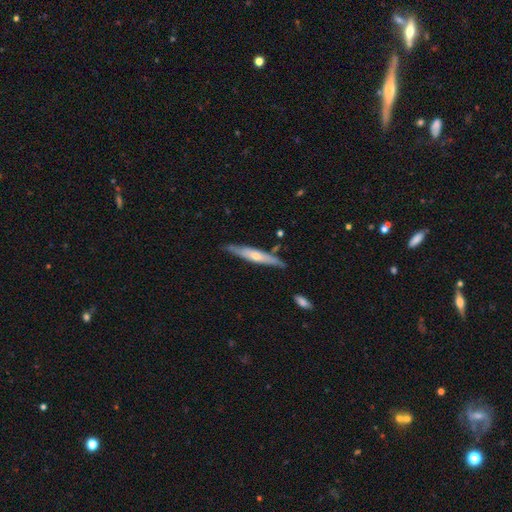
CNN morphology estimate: Q: Smooth or featured?
A: featured or disk (57%); runner-up: smooth (38%)
Q: Edge-on disk?
A: yes (89%); runner-up: no (11%)
Q: Edge-on bulge?
A: rounded (73%); runner-up: none (22%)
Q: Merging?
A: none (82%); runner-up: minor disturbance (13%)